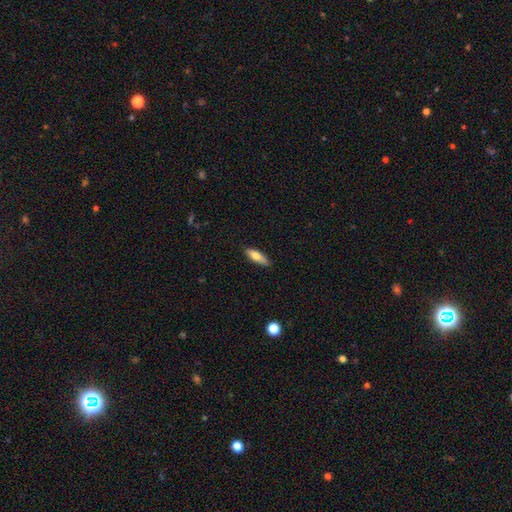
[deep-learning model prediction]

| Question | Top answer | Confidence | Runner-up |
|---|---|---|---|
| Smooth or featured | smooth | 70% | featured or disk (23%) |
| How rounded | in between | 50% | cigar-shaped (48%) |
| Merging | none | 85% | minor disturbance (12%) |